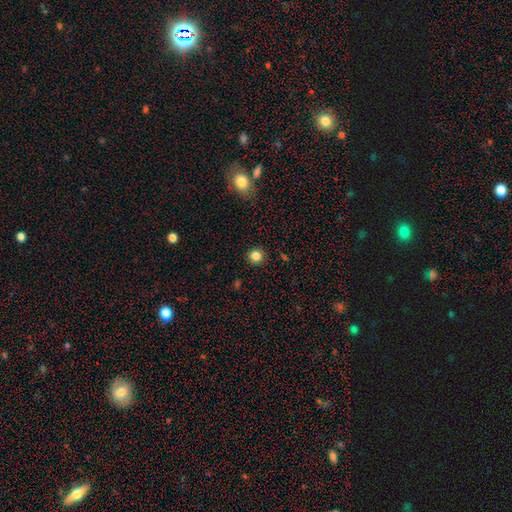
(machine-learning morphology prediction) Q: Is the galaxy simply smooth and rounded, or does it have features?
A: smooth — 83%.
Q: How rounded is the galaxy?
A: round — 92%.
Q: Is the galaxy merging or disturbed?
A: none — 91%.